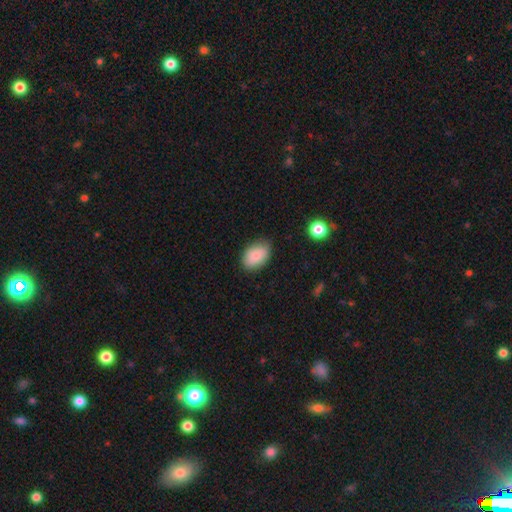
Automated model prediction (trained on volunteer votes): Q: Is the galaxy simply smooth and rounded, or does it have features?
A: smooth — 87%.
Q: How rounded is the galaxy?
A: in between — 87%.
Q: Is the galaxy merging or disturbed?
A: none — 79%.